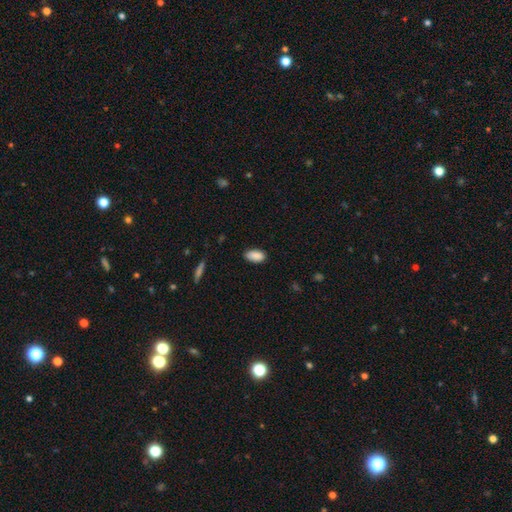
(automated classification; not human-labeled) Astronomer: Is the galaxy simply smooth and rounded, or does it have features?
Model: smooth — 89%.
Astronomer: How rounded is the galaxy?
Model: in between — 93%.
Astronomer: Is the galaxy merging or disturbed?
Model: none — 81%.